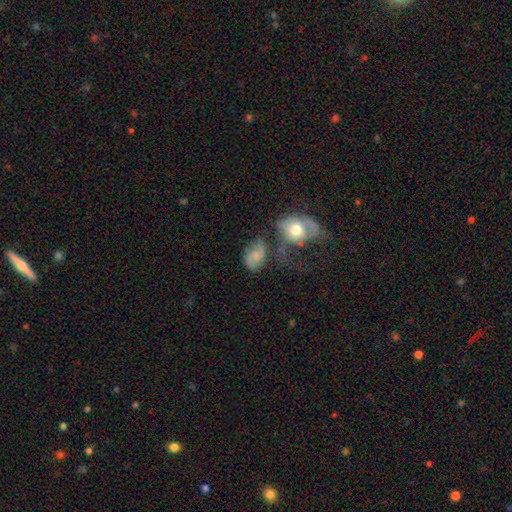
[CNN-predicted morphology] The model was most divided on "smooth or featured": smooth: 50%, featured or disk: 40%, star or artifact: 10%. Remaining: how rounded — in between (77%); merging — none (42%).